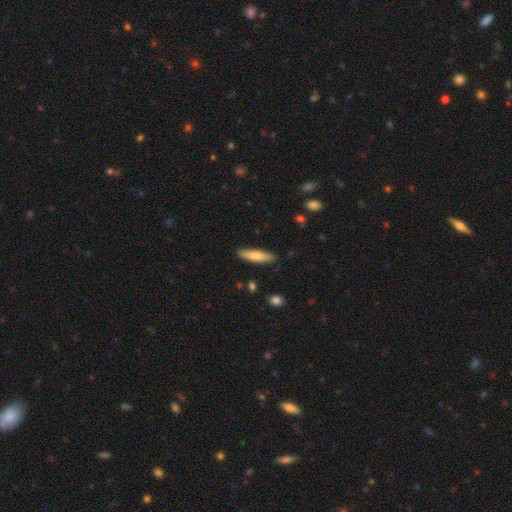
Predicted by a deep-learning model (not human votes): Morphology: type=smooth (72%); roundness=cigar-shaped (74%); merging=none (88%).